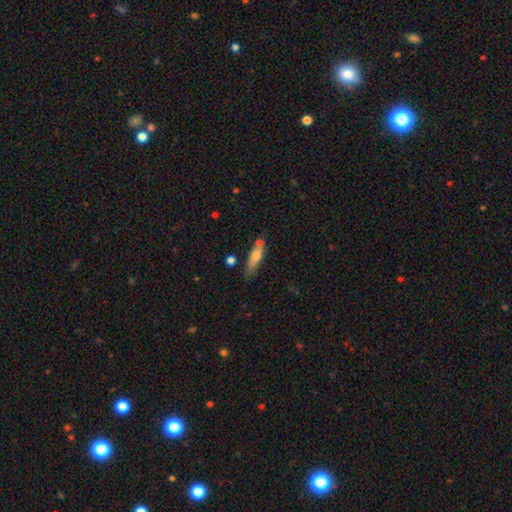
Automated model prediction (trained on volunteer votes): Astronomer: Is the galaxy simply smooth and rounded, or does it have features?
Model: smooth — 61%.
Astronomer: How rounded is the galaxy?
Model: cigar-shaped — 67%.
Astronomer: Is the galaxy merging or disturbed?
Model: none — 64%.